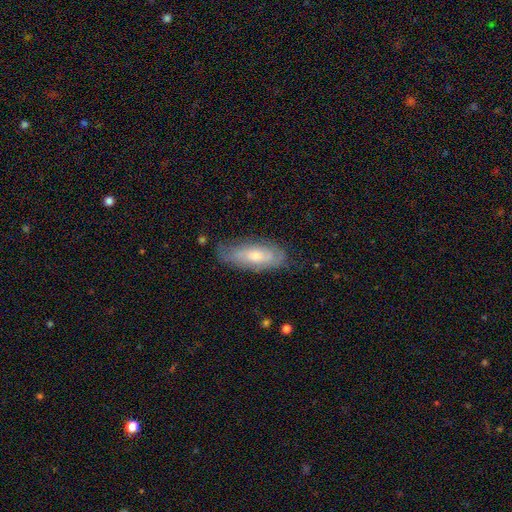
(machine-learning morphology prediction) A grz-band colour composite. It shows a smooth galaxy with no disk features (48%). Merging: none (68%).